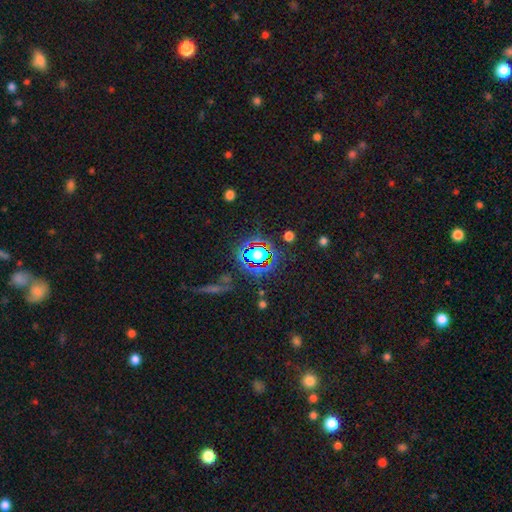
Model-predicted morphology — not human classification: A star or artifact, not a galaxy (63%).